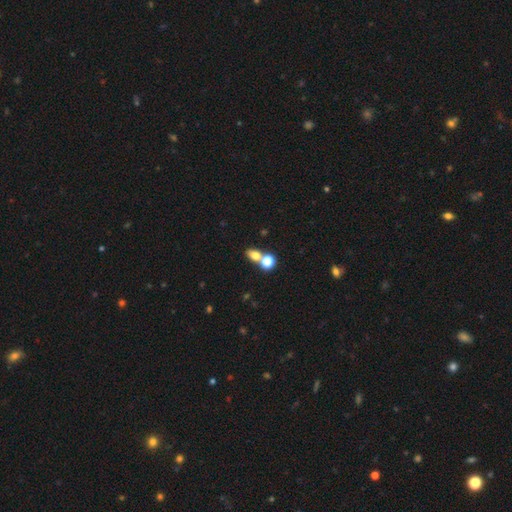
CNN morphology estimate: smooth-or-featured: smooth: 75% | star or artifact: 14% | featured or disk: 11%
  how-rounded: in between: 56% | round: 42% | cigar-shaped: 2%
  merging: merger: 47% | none: 42% | minor disturbance: 8% | major disturbance: 4%